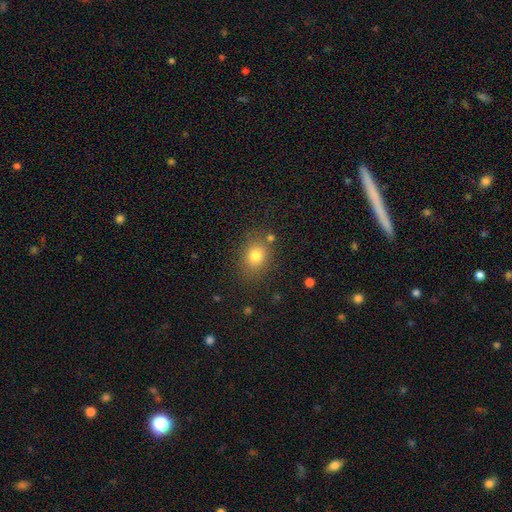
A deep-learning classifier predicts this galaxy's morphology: smooth_or_featured: smooth (p=0.79) [alt: star or artifact p=0.12]
how_rounded: round (p=0.52) [alt: in between p=0.47]
merging: none (p=0.80) [alt: minor disturbance p=0.12]